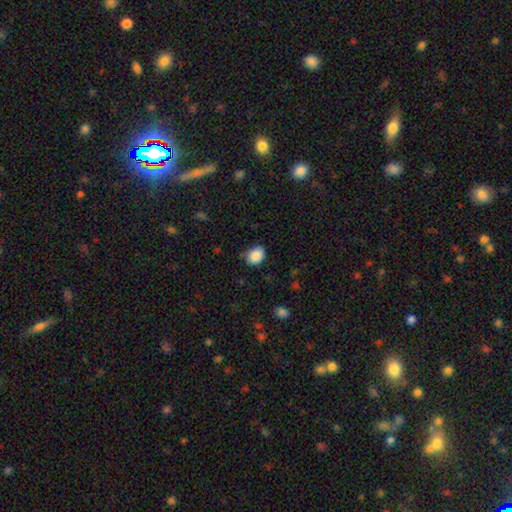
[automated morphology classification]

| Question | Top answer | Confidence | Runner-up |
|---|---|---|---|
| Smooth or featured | smooth | 88% | star or artifact (8%) |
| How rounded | in between | 64% | round (35%) |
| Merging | none | 72% | minor disturbance (23%) |